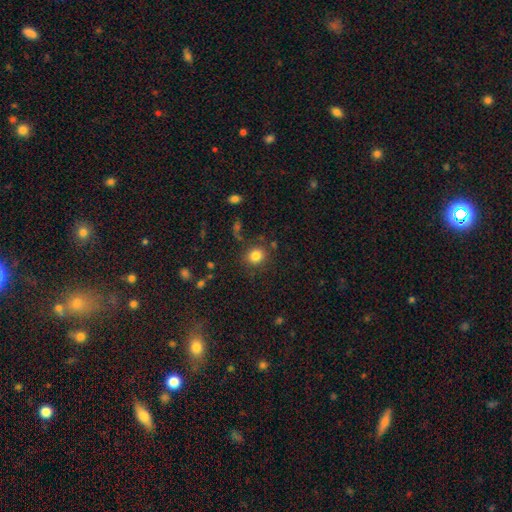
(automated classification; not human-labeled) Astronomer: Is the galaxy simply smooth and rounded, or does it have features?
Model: smooth — 82%.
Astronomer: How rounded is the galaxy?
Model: round — 79%.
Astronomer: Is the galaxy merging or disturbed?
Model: none — 82%.